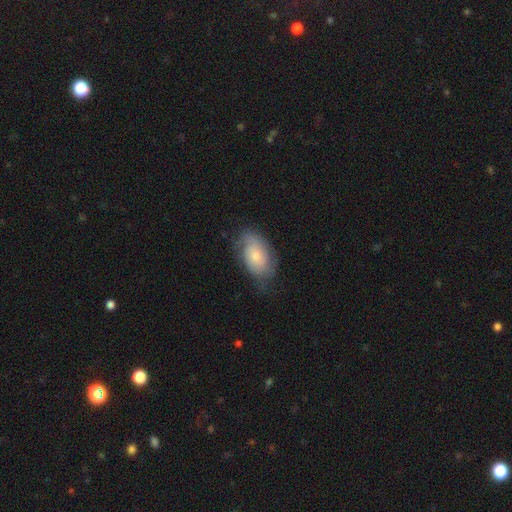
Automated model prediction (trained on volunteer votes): smooth_or_featured: smooth (p=0.60) [alt: featured or disk p=0.34]
how_rounded: in between (p=0.92) [alt: round p=0.06]
merging: none (p=0.61) [alt: minor disturbance p=0.28]